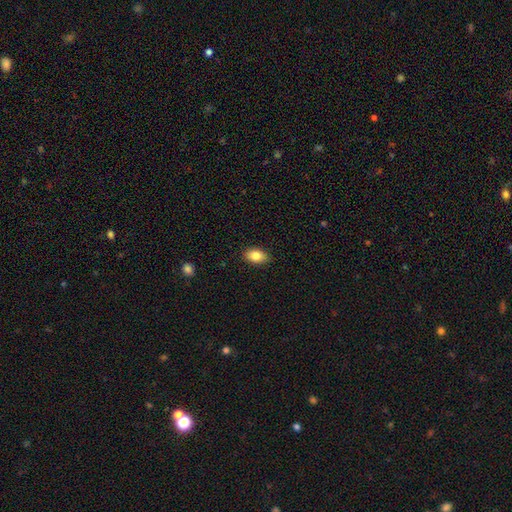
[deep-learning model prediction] Smooth or featured?
  - smooth: 84% *
  - featured or disk: 8%
  - star or artifact: 8%
How rounded?
  - in between: 88% *
  - round: 10%
  - cigar-shaped: 2%
Merging?
  - none: 88% *
  - minor disturbance: 9%
  - major disturbance: 2%
  - merger: 1%